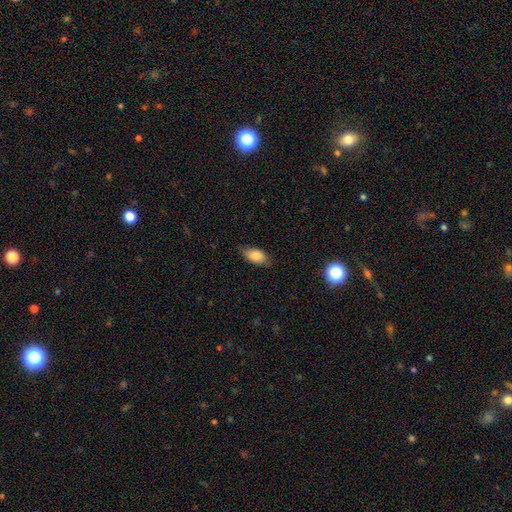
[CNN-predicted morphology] This appears to be a smooth galaxy with no disk features (83%) that is in between round and cigar-shaped (92%). Merging: none (74%).